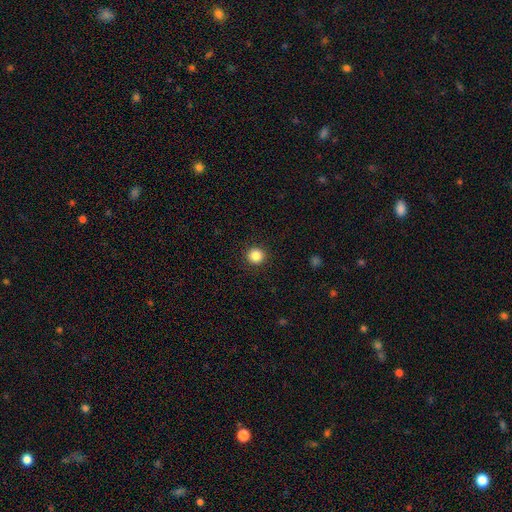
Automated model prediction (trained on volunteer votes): Smooth or featured: smooth — 85% (star or artifact — 11%)
How rounded: round — 95% (in between — 4%)
Merging: none — 93% (minor disturbance — 5%)